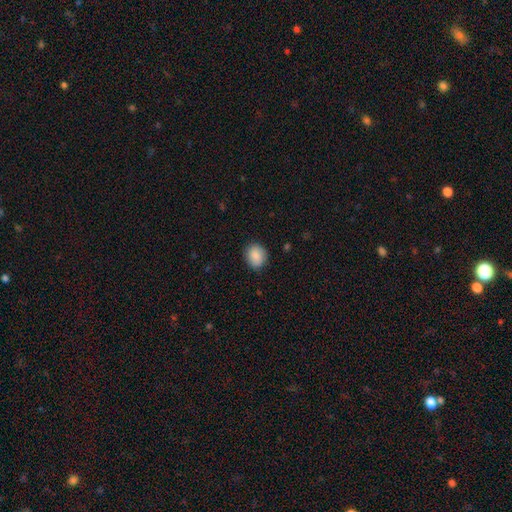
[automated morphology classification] This is clearly a smooth galaxy (88%). How rounded: likely round (64%). Merging: clearly none (87%).